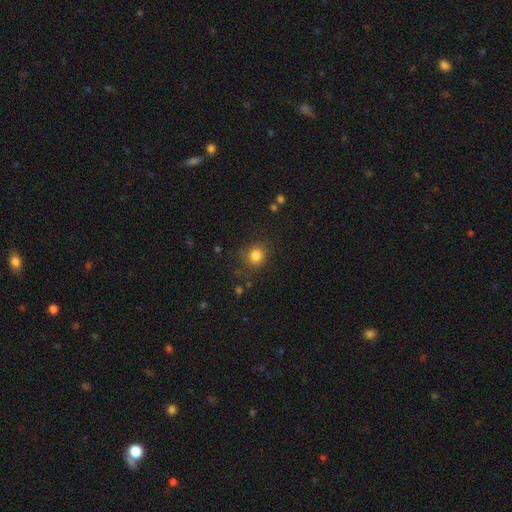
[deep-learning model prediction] Q: Smooth or featured?
A: smooth (83%); runner-up: star or artifact (12%)
Q: How rounded?
A: round (85%); runner-up: in between (15%)
Q: Merging?
A: none (79%); runner-up: minor disturbance (14%)